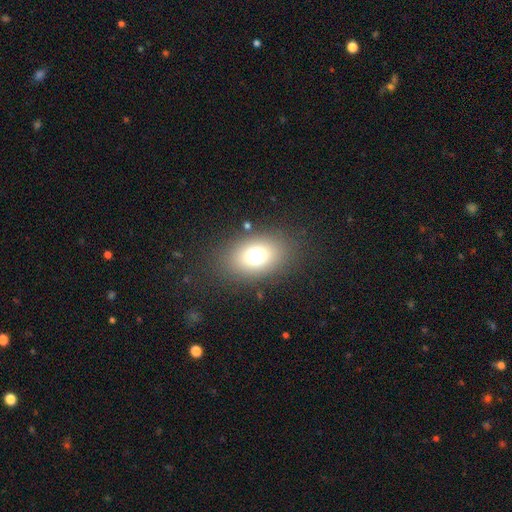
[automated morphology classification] smooth_or_featured: smooth (p=0.70) [alt: star or artifact p=0.17]
how_rounded: in between (p=0.70) [alt: round p=0.29]
merging: none (p=0.83) [alt: minor disturbance p=0.09]